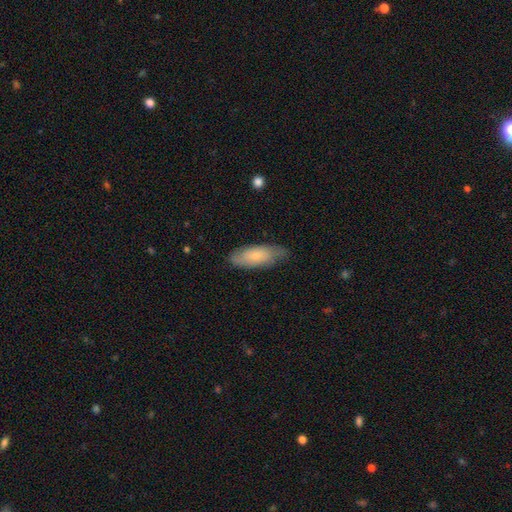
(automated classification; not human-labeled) smooth 63%, featured or disk 31%, star or artifact 6%. Down the decision tree: how rounded — in between (71%); merging — none (75%).